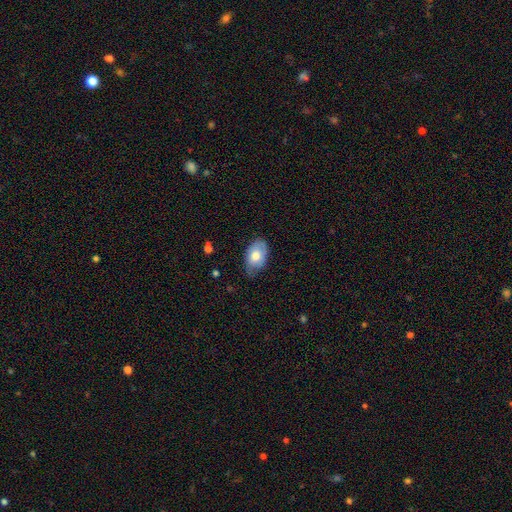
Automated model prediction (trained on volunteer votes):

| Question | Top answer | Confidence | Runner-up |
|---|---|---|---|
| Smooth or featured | smooth | 74% | featured or disk (20%) |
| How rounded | in between | 92% | round (7%) |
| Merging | none | 66% | minor disturbance (28%) |